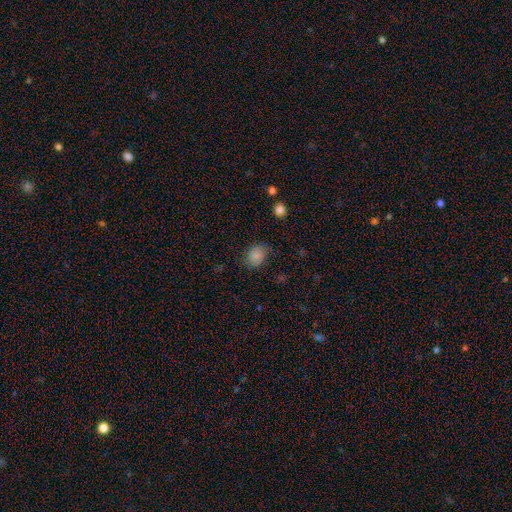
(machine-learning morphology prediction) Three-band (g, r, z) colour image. It shows a smooth galaxy with no disk features (83%) that is round (51%). Merging: none (75%).